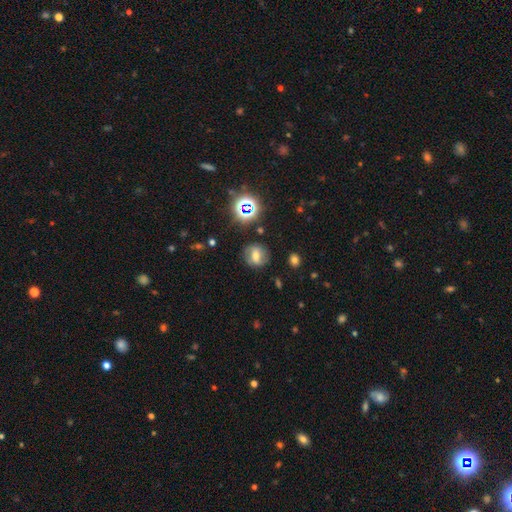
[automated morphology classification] A smooth galaxy with no disk features (41%).

Vote fractions:
- Smooth or featured? smooth: 41% / featured or disk: 39% / star or artifact: 19%
- Merging? none: 78% / minor disturbance: 14% / major disturbance: 6% / merger: 3%